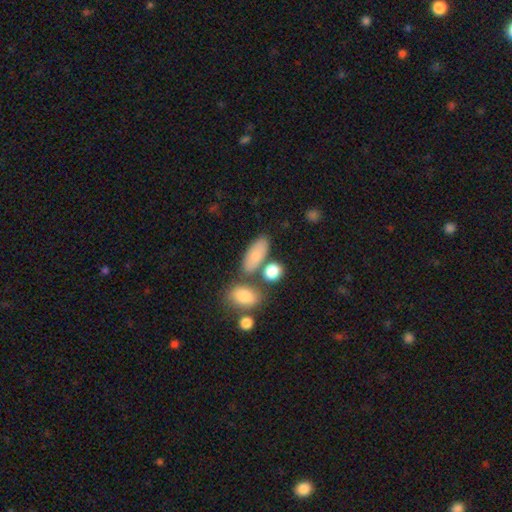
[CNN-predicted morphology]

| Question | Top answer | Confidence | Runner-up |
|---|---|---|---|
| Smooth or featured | smooth | 76% | featured or disk (16%) |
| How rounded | in between | 83% | cigar-shaped (10%) |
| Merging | none | 65% | merger (17%) |